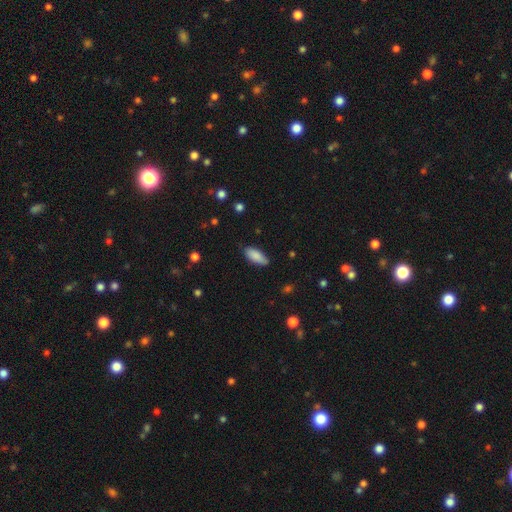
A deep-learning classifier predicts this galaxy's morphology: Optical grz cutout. It shows a smooth galaxy with no disk features (86%) that is in between round and cigar-shaped (81%). Merging: none (80%).